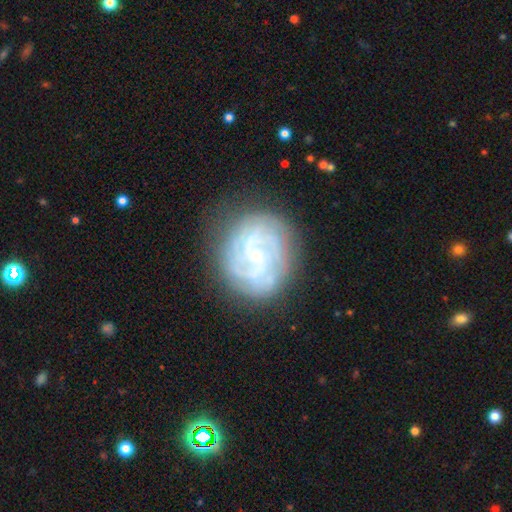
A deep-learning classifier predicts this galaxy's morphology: A featured or disk galaxy (80%) with no bar (63%), tight (63%) spiral arms (91%) and a small central bulge (79%). Merging: none (77%).